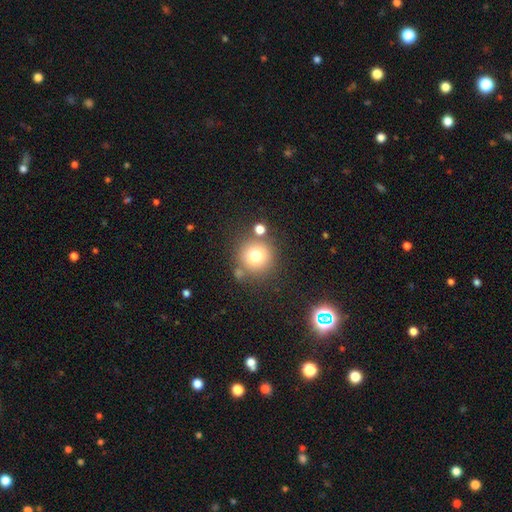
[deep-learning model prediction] Overall: smooth (74%). How rounded: round (94%). Merging: none (76%).